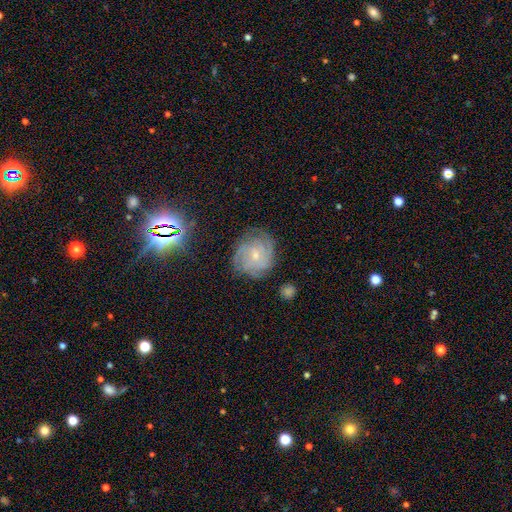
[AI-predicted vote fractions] Q: Smooth or featured?
A: featured or disk (71%); runner-up: smooth (18%)
Q: Edge-on disk?
A: no (97%); runner-up: yes (3%)
Q: Bar?
A: no (66%); runner-up: weak (30%)
Q: Spiral arms?
A: yes (93%); runner-up: no (7%)
Q: Spiral winding?
A: tight (64%); runner-up: medium (29%)
Q: Spiral arm count?
A: can't tell (38%); runner-up: 4 (18%)
Q: Bulge size?
A: small (69%); runner-up: moderate (27%)
Q: Merging?
A: none (76%); runner-up: minor disturbance (17%)